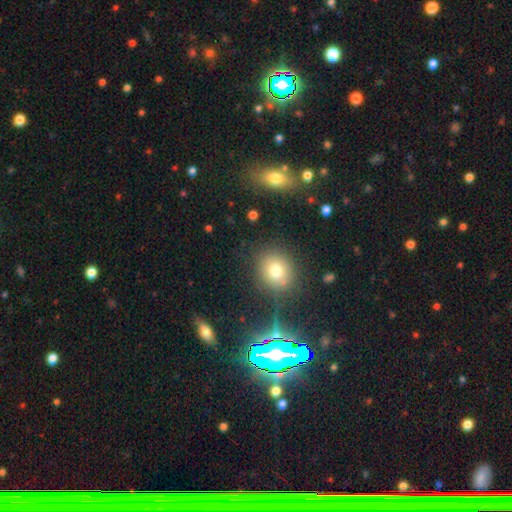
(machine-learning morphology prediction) This is possibly a smooth galaxy (53%). How rounded: likely round (68%). Merging: clearly none (86%).